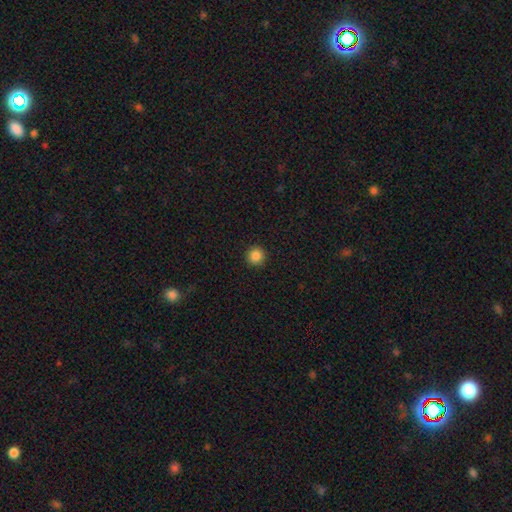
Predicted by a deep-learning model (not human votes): A smooth galaxy with no disk features (86%) that is round (95%). Merging: none (93%).